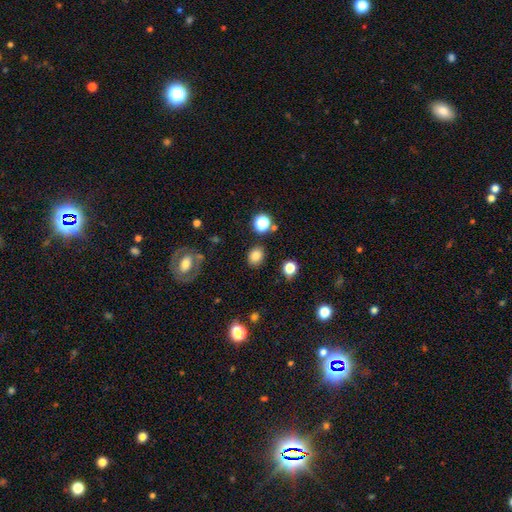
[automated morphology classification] smooth 82%, star or artifact 12%, featured or disk 6%. Down the decision tree: how rounded — round (55%); merging — none (84%).